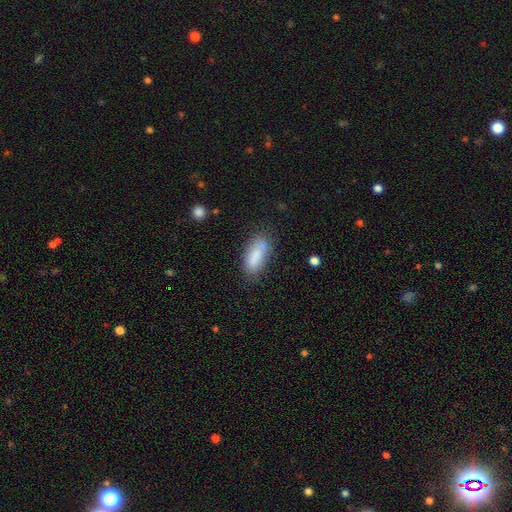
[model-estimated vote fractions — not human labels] Smooth or featured?
  - smooth: 80% *
  - featured or disk: 12%
  - star or artifact: 8%
How rounded?
  - in between: 81% *
  - cigar-shaped: 16%
  - round: 3%
Merging?
  - none: 63% *
  - minor disturbance: 21%
  - merger: 10%
  - major disturbance: 7%